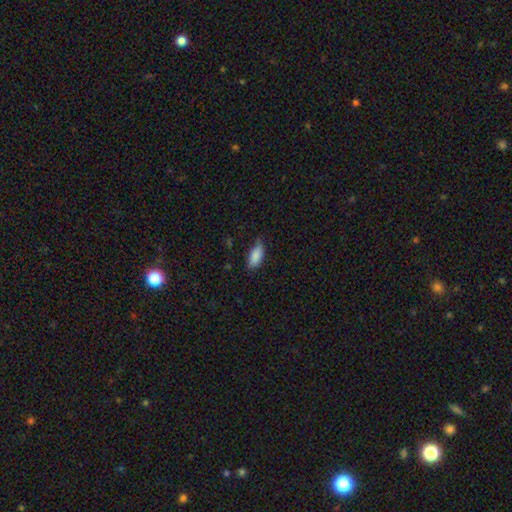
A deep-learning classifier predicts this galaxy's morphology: type=smooth (88%); roundness=in between (87%); merging=none (64%).